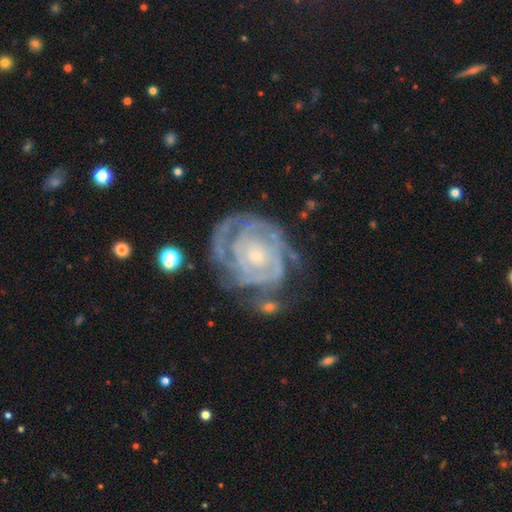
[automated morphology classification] Smooth or featured? Predicted: featured or disk (p=0.87). Edge-on disk? Predicted: no (p=0.97). Bar? Predicted: no (p=0.76). Spiral arms? Predicted: yes (p=0.94). Spiral winding? Predicted: tight (p=0.78). Spiral arm count? Predicted: can't tell (p=0.34). Bulge size? Predicted: small (p=0.75). Merging? Predicted: none (p=0.57).